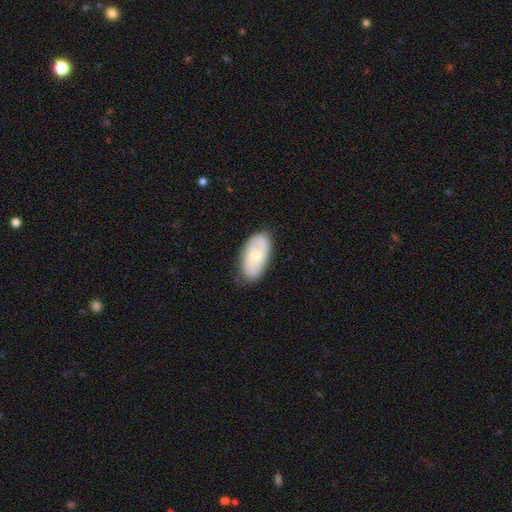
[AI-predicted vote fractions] Smooth or featured? Predicted: smooth (p=0.61). How rounded? Predicted: in between (p=0.94). Merging? Predicted: none (p=0.74).